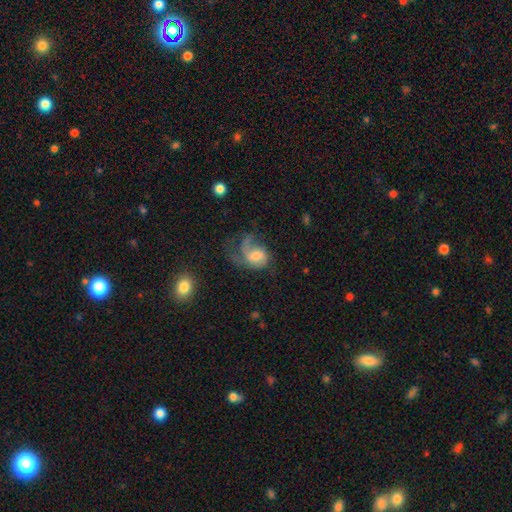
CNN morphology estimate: Smooth or featured?
  - featured or disk: 59% *
  - smooth: 32%
  - star or artifact: 9%
Edge-on disk?
  - no: 97% *
  - yes: 3%
Bar?
  - no: 61% *
  - weak: 33%
  - strong: 6%
Spiral arms?
  - yes: 82% *
  - no: 18%
Bulge size?
  - moderate: 39% *
  - small: 22%
  - large: 20%
  - none: 15%
  - dominant: 4%
Merging?
  - major disturbance: 49% *
  - none: 28%
  - minor disturbance: 19%
  - merger: 4%